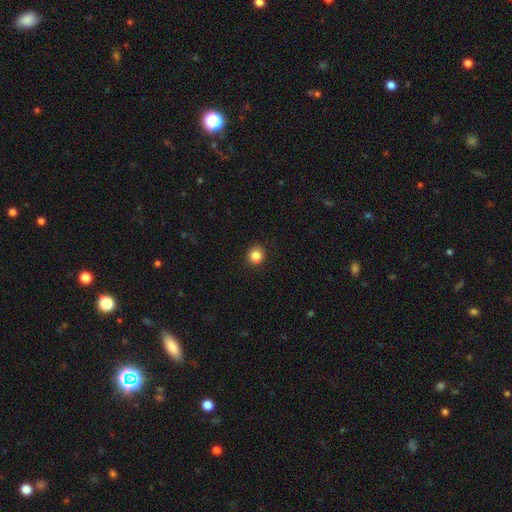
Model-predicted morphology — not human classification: This is clearly a smooth galaxy (85%). How rounded: clearly round (91%). Merging: clearly none (90%).